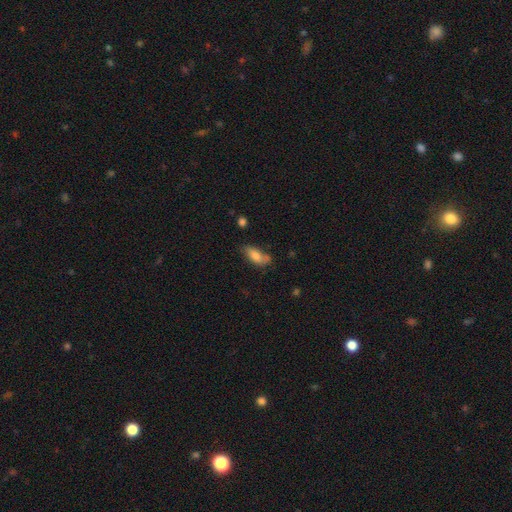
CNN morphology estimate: This is likely a smooth galaxy (76%). How rounded: clearly in between (82%). Merging: possibly none (58%).